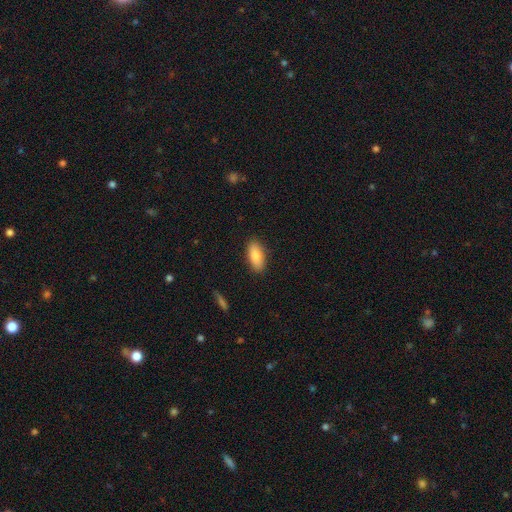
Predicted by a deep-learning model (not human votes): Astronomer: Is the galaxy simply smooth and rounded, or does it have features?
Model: smooth — 84%.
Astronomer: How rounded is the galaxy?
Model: in between — 84%.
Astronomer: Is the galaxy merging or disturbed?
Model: none — 88%.